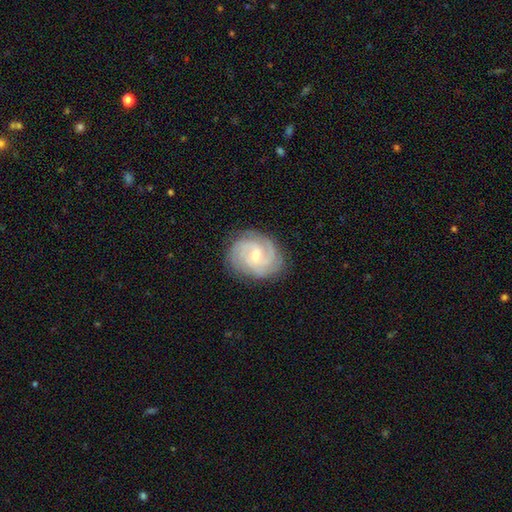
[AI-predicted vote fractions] smooth-or-featured: featured or disk: 84% | smooth: 10% | star or artifact: 5%
  disk-edge-on: no: 98% | yes: 2%
    bar: weak: 53% | no: 37% | strong: 10%
    has-spiral-arms: yes: 97% | no: 3%
      spiral-winding: tight: 61% | medium: 34% | loose: 6%
      spiral-arm-count: 3: 36% | 2: 22% | can't tell: 19% | 4: 13% | 1: 5% | more than 4: 5%
    bulge-size: small: 53% | moderate: 42% | none: 2% | large: 2% | dominant: 1%
  merging: none: 82% | minor disturbance: 13% | major disturbance: 4% | merger: 1%